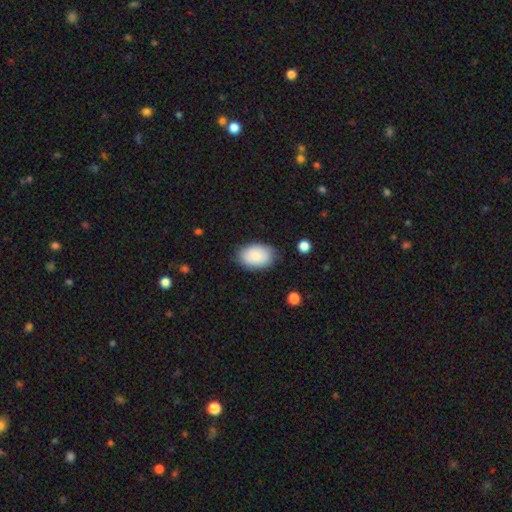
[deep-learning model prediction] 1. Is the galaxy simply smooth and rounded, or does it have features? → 85% smooth, 9% featured or disk, 6% star or artifact.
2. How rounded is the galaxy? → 89% in between, 10% round, 1% cigar-shaped.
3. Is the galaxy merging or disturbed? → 81% none, 14% minor disturbance, 3% major disturbance, 1% merger.